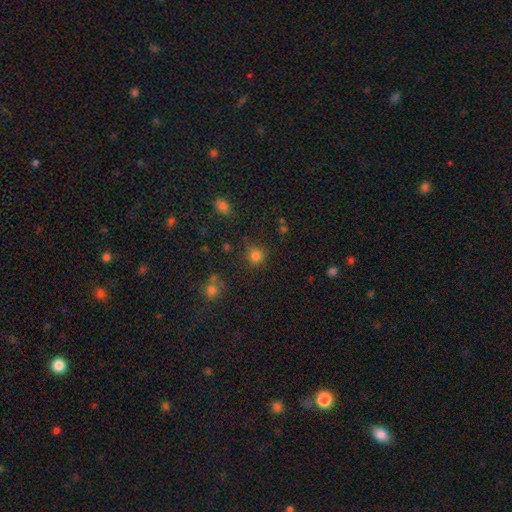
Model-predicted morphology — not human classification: Smooth or featured? smooth (82%)
How rounded? round (90%)
Merging? none (83%)